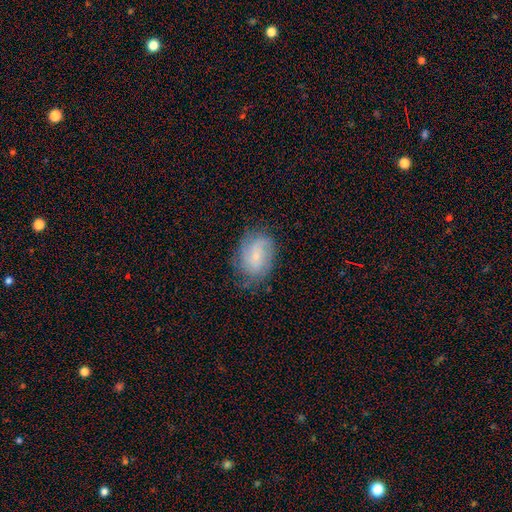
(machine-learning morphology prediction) smooth-or-featured: featured or disk: 55% | smooth: 36% | star or artifact: 9%
  disk-edge-on: no: 97% | yes: 3%
    bar: no: 57% | weak: 37% | strong: 6%
    has-spiral-arms: yes: 86% | no: 14%
    bulge-size: small: 75% | moderate: 17% | none: 6% | large: 1% | dominant: 1%
  merging: none: 70% | minor disturbance: 21% | major disturbance: 8% | merger: 1%